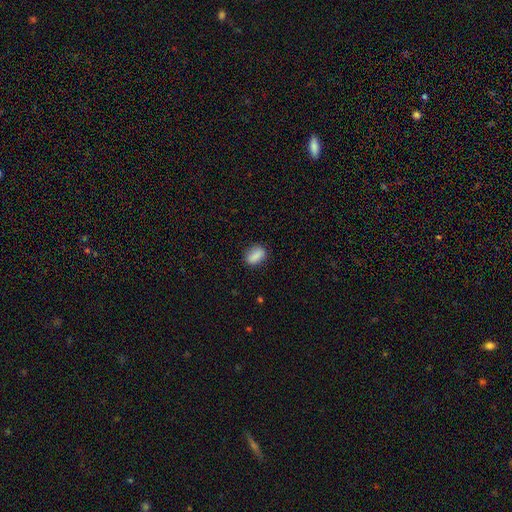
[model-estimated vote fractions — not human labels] This appears to be a smooth galaxy with no disk features (86%) that is in between round and cigar-shaped (79%). Merging: none (84%).